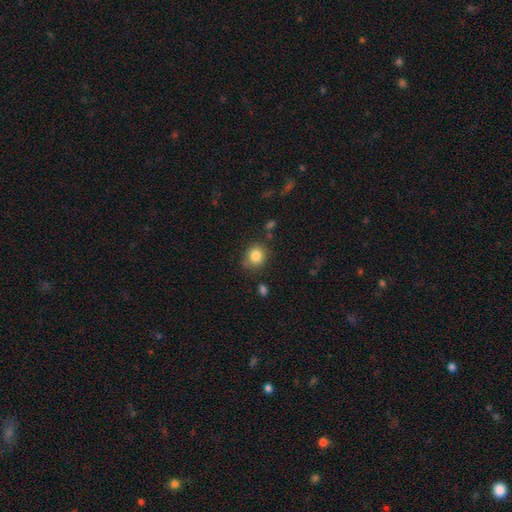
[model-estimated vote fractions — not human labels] This appears to be a smooth galaxy with no disk features (84%) that is round (78%). Merging: none (75%).